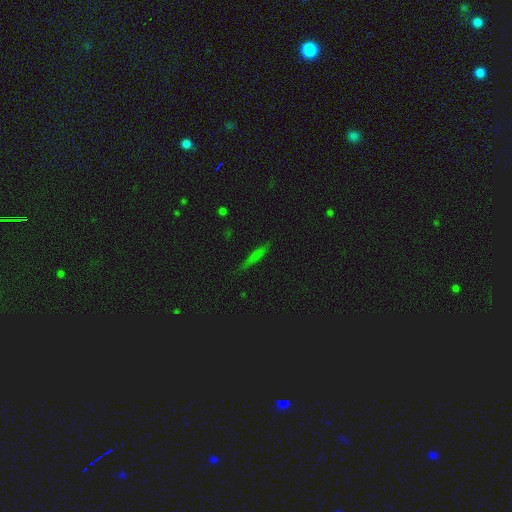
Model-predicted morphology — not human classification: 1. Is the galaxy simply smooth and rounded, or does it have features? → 62% smooth, 23% featured or disk, 15% star or artifact.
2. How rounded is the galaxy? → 88% cigar-shaped, 9% in between, 3% round.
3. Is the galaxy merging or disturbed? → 85% none, 12% minor disturbance, 2% major disturbance, 1% merger.